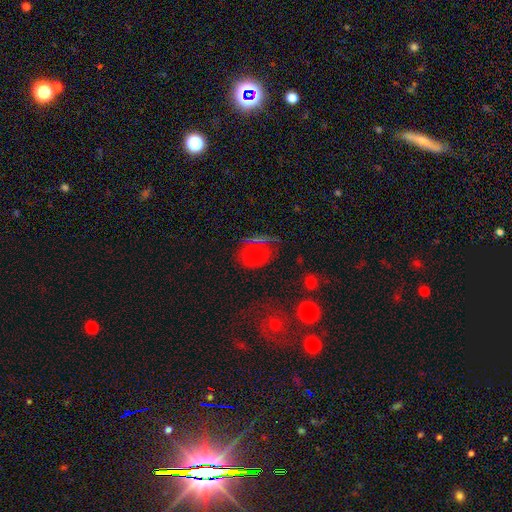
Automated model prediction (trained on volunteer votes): Q: Smooth or featured?
A: smooth (60%); runner-up: star or artifact (23%)
Q: How rounded?
A: in between (60%); runner-up: round (36%)
Q: Merging?
A: none (58%); runner-up: minor disturbance (18%)